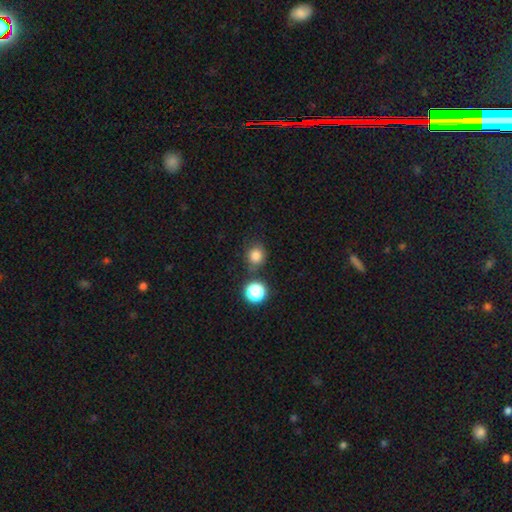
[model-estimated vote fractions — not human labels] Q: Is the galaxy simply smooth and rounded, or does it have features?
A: smooth — 81%.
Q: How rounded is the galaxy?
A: round — 83%.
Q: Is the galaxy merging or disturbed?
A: none — 76%.